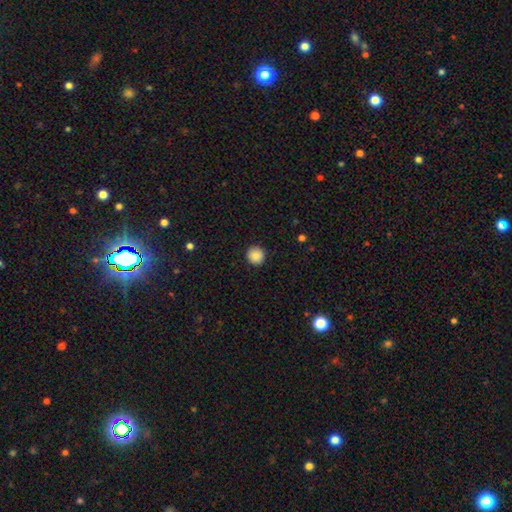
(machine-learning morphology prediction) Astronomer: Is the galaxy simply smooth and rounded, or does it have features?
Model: smooth — 88%.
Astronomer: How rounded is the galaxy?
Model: round — 94%.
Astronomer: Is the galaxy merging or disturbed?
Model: none — 91%.